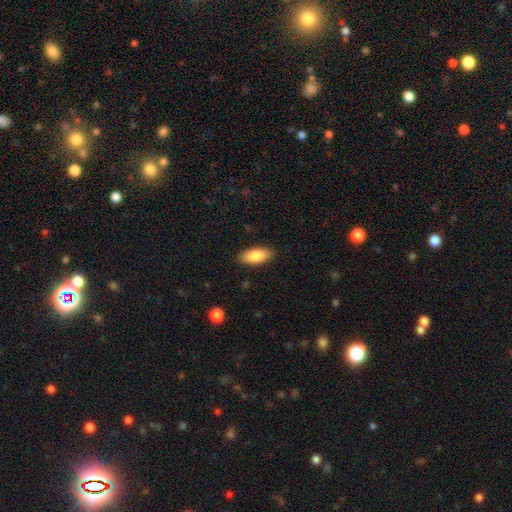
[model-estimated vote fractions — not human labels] A smooth galaxy with no disk features (85%) that is in between round and cigar-shaped (85%). Merging: none (87%).